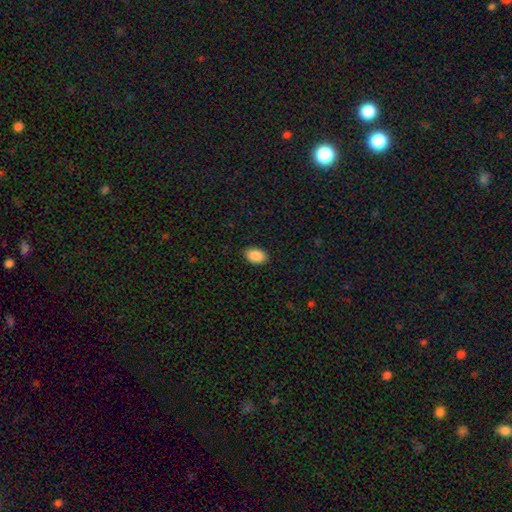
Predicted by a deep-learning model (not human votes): The model was most divided on "how rounded": in between: 88%, round: 11%, cigar-shaped: 1%. More confident: smooth or featured — smooth (90%); merging — none (88%).